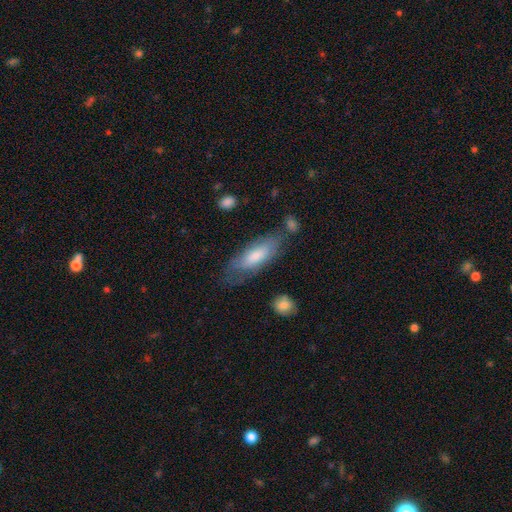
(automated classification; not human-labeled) smooth-or-featured: smooth: 65% | featured or disk: 28% | star or artifact: 6%
  how-rounded: in between: 68% | cigar-shaped: 31% | round: 2%
  merging: none: 61% | minor disturbance: 24% | major disturbance: 9% | merger: 5%